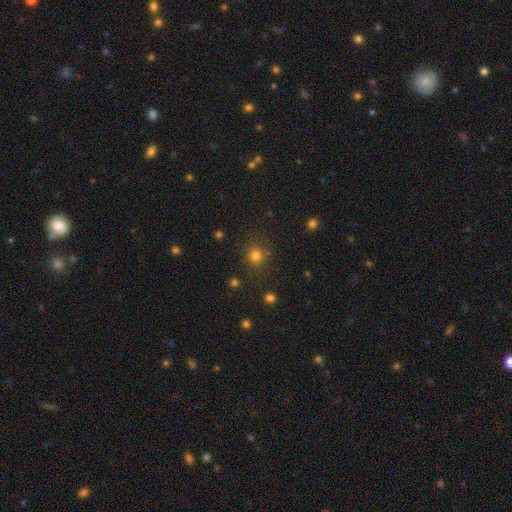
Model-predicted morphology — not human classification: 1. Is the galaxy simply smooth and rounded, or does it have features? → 77% smooth, 17% star or artifact, 6% featured or disk.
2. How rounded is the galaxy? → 86% round, 13% in between, 1% cigar-shaped.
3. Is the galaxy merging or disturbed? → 81% none, 10% minor disturbance, 4% merger, 4% major disturbance.